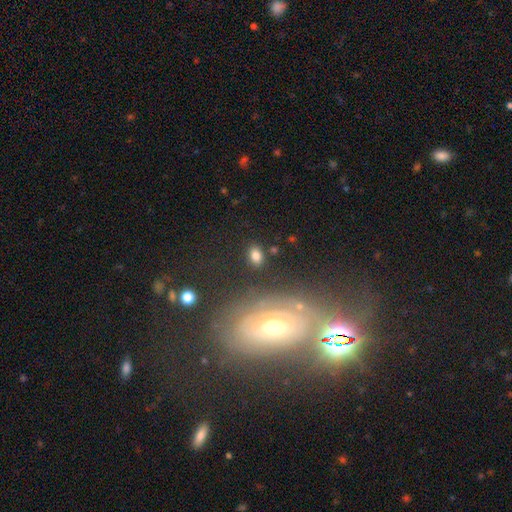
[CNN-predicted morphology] Overall: smooth (80%). How rounded: in between (75%). Merging: none (83%).